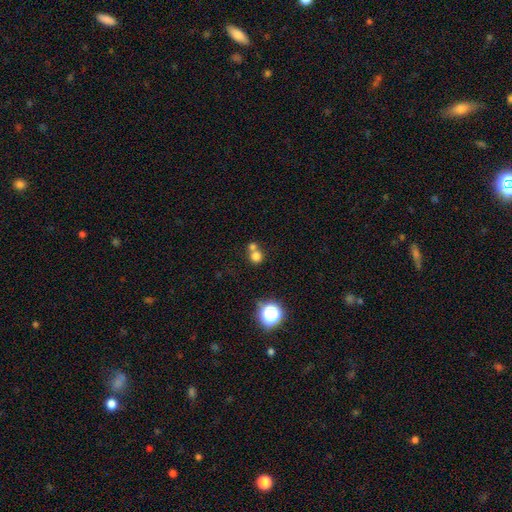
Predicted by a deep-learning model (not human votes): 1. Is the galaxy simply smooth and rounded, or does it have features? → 74% smooth, 17% star or artifact, 9% featured or disk.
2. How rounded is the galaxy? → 87% round, 12% in between, 1% cigar-shaped.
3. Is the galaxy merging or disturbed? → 48% none, 43% merger, 6% minor disturbance, 3% major disturbance.